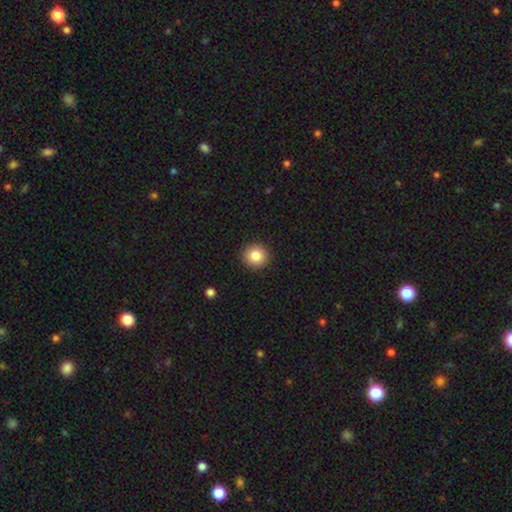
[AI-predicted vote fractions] Smooth or featured? smooth (84%)
How rounded? round (91%)
Merging? none (92%)